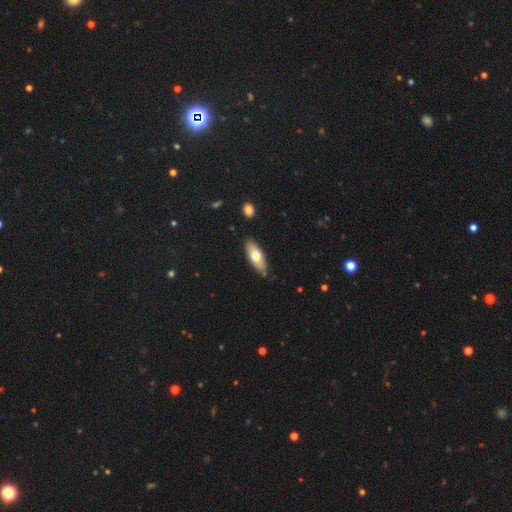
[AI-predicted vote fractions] smooth 66%, featured or disk 28%, star or artifact 6%. Down the decision tree: how rounded — in between (70%); merging — none (84%).